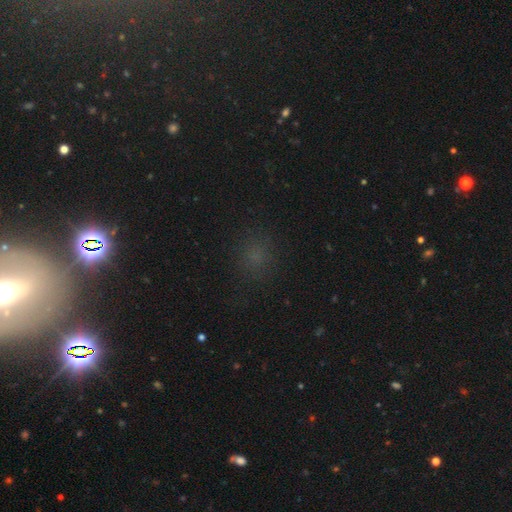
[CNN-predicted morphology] This is likely a smooth galaxy (61%). How rounded: likely round (77%). Merging: clearly none (82%).